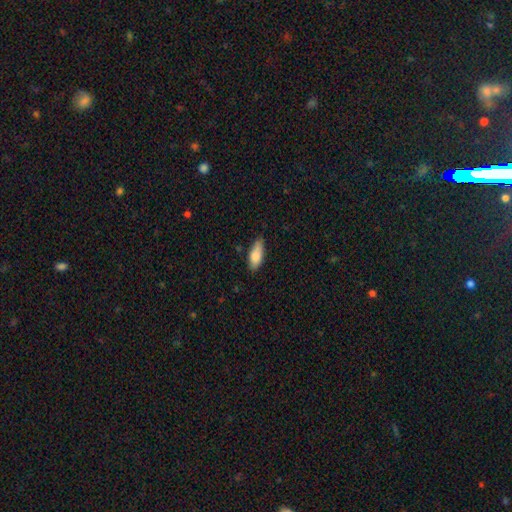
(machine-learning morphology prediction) The model was most divided on "how rounded": in between: 73%, cigar-shaped: 25%, round: 2%. More confident: smooth or featured — smooth (81%); merging — none (77%).